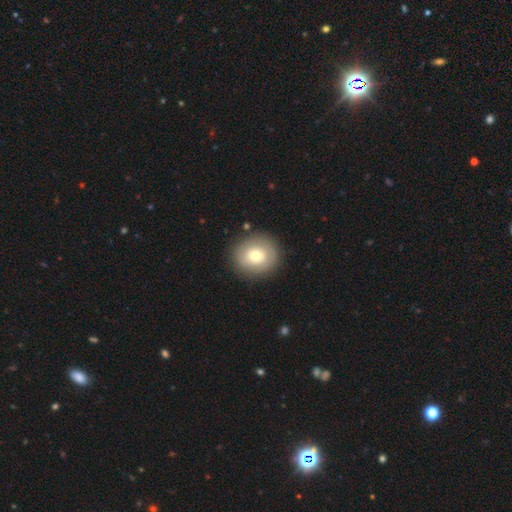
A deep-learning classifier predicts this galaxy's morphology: This is likely a smooth galaxy (67%). How rounded: clearly round (85%). Merging: clearly none (87%).